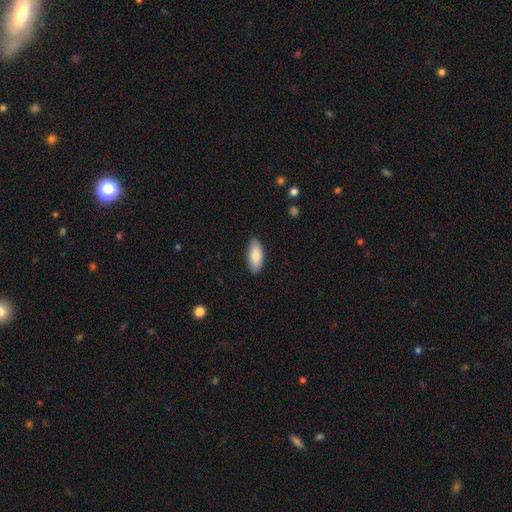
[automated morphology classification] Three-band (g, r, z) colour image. It shows a smooth galaxy with no disk features (86%) that is in between round and cigar-shaped (87%). Merging: none (88%).